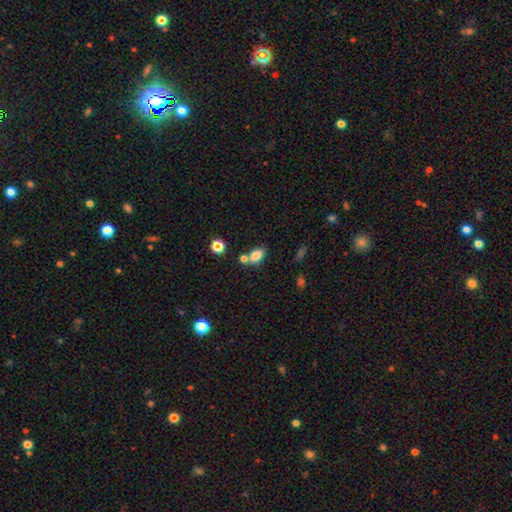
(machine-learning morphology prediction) A smooth galaxy with no disk features (81%) that is in between round and cigar-shaped (82%).

Vote fractions:
- Smooth or featured? smooth: 81% / star or artifact: 11% / featured or disk: 9%
- How rounded? in between: 82% / round: 16% / cigar-shaped: 2%
- Merging? none: 54% / merger: 29% / minor disturbance: 13% / major disturbance: 4%